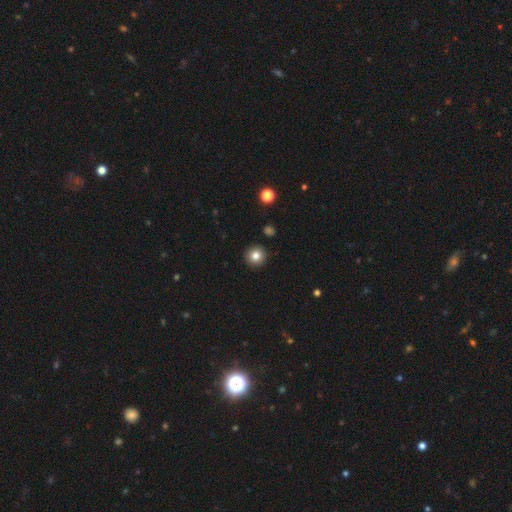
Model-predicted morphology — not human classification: smooth-or-featured: smooth: 82% | star or artifact: 11% | featured or disk: 7%
  how-rounded: round: 94% | in between: 5% | cigar-shaped: 1%
  merging: none: 92% | minor disturbance: 5% | major disturbance: 2% | merger: 1%